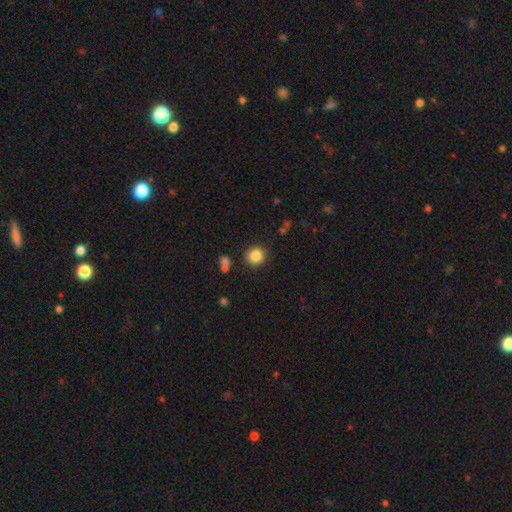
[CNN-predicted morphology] type=smooth (85%); roundness=round (91%); merging=none (87%).